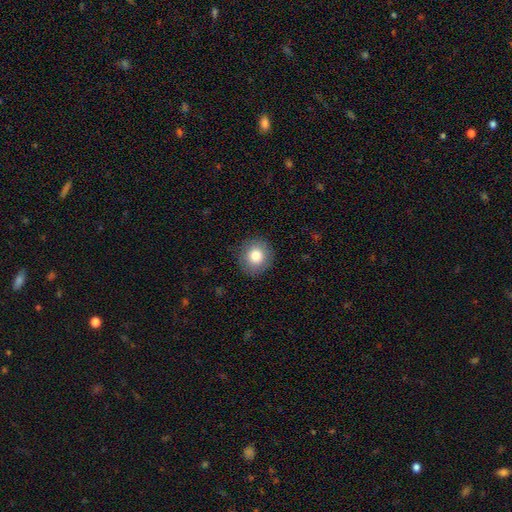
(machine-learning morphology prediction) smooth_or_featured: smooth (p=0.80) [alt: featured or disk p=0.10]
how_rounded: round (p=0.89) [alt: in between p=0.10]
merging: none (p=0.88) [alt: minor disturbance p=0.08]